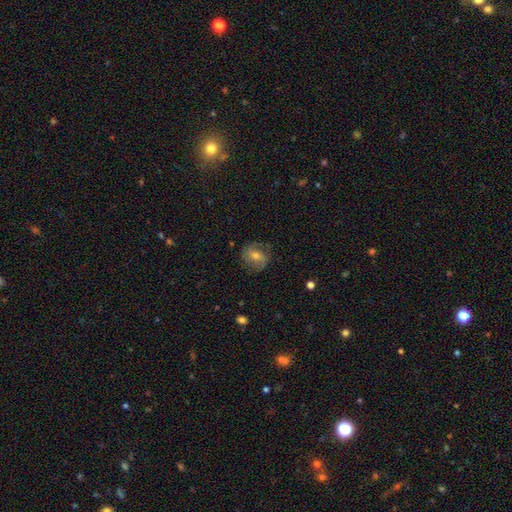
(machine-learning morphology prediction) Smooth or featured: featured or disk — 63% (smooth — 26%)
Edge-on disk: no — 97% (yes — 3%)
Bar: no — 46% (weak — 40%)
Spiral arms: yes — 87% (no — 13%)
Spiral winding: medium — 46% (tight — 35%)
Spiral arm count: 2 — 76% (can't tell — 13%)
Bulge size: moderate — 59% (small — 35%)
Merging: none — 76% (minor disturbance — 16%)